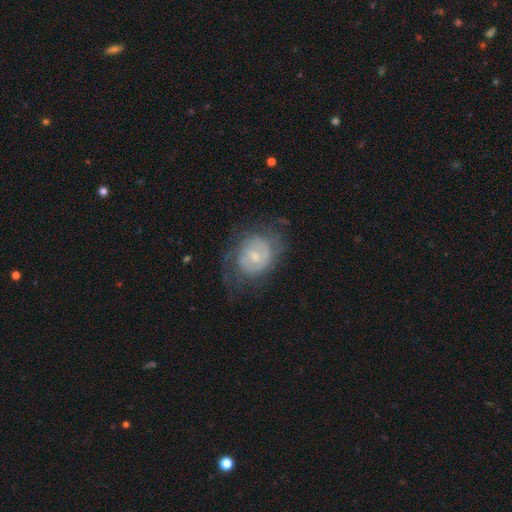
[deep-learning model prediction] The model was most divided on "bar": no: 48%, weak: 45%, strong: 7%. Remaining: edge-on disk — no (97%); spiral arms — yes (81%); smooth or featured — featured or disk (71%); bulge size — small (60%); merging — none (57%); spiral winding — tight (55%); spiral arm count — can't tell (43%).